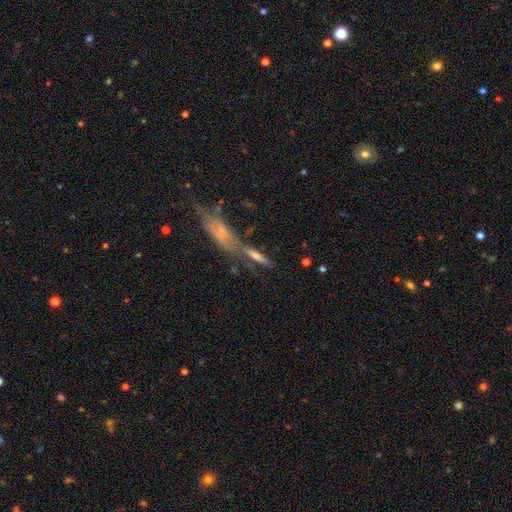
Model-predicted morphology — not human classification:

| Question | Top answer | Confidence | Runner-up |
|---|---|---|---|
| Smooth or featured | featured or disk | 48% | smooth (41%) |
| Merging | none | 42% | merger (38%) |